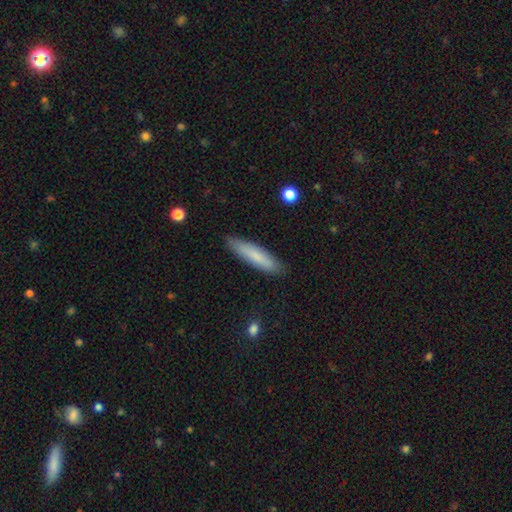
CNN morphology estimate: Q: Smooth or featured?
A: smooth (79%); runner-up: featured or disk (15%)
Q: How rounded?
A: cigar-shaped (82%); runner-up: in between (17%)
Q: Merging?
A: none (87%); runner-up: minor disturbance (10%)